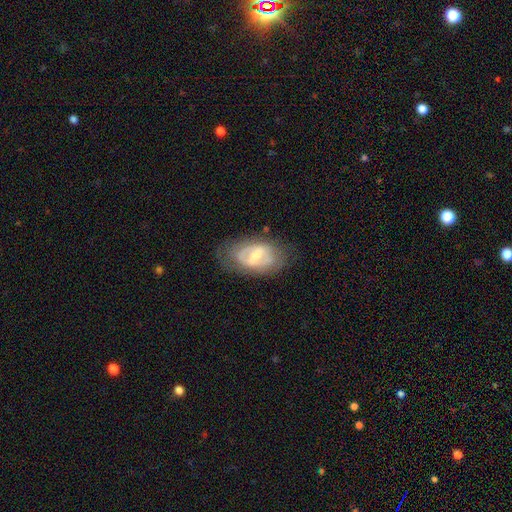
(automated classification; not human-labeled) featured or disk 63%, smooth 31%, star or artifact 7%. Down the decision tree: edge-on disk — no (94%); bar — weak (44%); spiral arms — yes (51%); bulge size — moderate (42%); merging — none (63%).